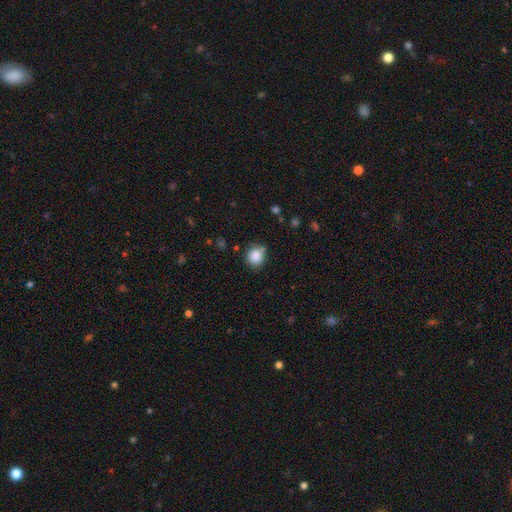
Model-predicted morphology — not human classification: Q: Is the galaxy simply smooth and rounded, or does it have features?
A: smooth — 86%.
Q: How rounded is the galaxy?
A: round — 83%.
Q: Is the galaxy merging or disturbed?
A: none — 76%.